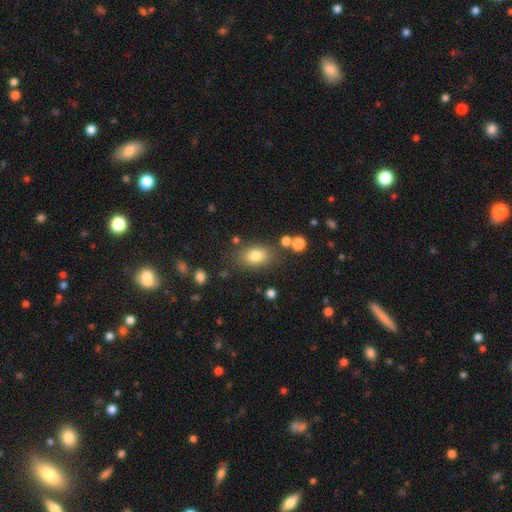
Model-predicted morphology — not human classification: smooth-or-featured: smooth: 81% | star or artifact: 10% | featured or disk: 9%
  how-rounded: in between: 80% | round: 18% | cigar-shaped: 2%
  merging: none: 77% | minor disturbance: 13% | merger: 5% | major disturbance: 5%